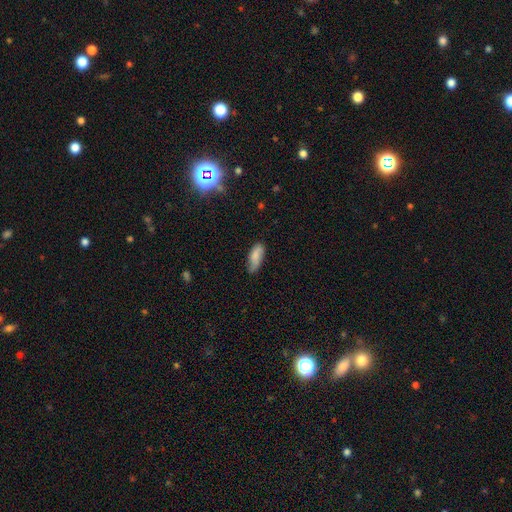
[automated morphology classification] Smooth or featured? smooth (82%)
How rounded? in between (74%)
Merging? none (67%)